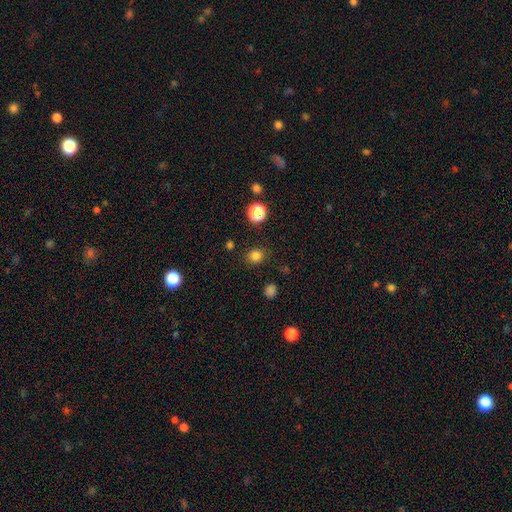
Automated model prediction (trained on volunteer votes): A smooth galaxy with no disk features (80%) that is round (79%). Merging: none (86%).